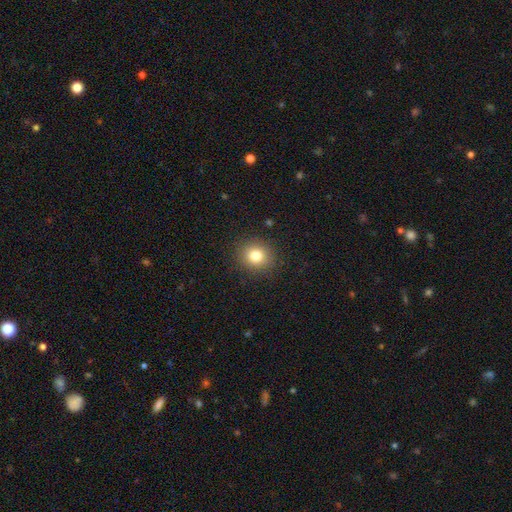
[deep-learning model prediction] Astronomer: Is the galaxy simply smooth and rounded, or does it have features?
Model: smooth — 80%.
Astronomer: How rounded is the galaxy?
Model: round — 84%.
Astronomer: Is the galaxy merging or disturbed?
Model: none — 90%.